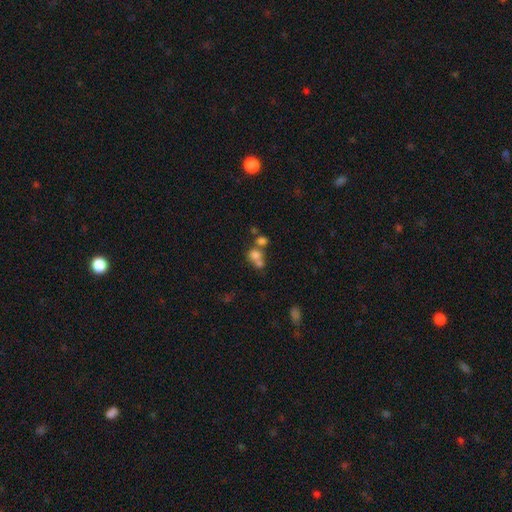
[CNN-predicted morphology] smooth 70%, featured or disk 15%, star or artifact 14%. Down the decision tree: how rounded — round (67%); merging — merger (55%).